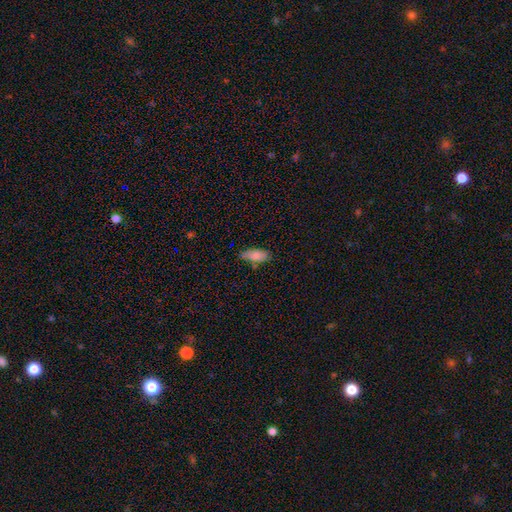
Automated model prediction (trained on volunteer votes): Q: Smooth or featured?
A: smooth (84%); runner-up: featured or disk (8%)
Q: How rounded?
A: in between (85%); runner-up: cigar-shaped (13%)
Q: Merging?
A: none (70%); runner-up: minor disturbance (22%)